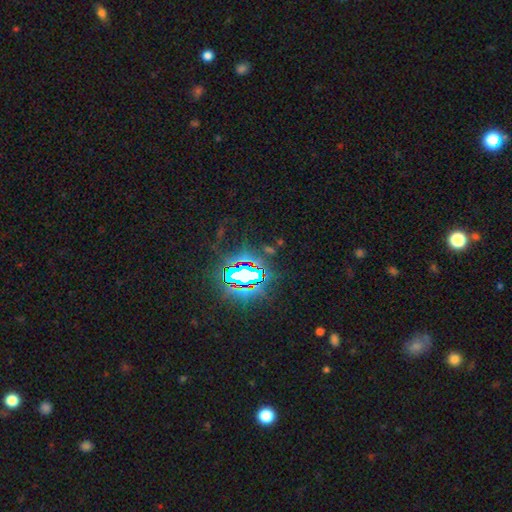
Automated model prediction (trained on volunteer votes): Smooth or featured?
  - star or artifact: 84% *
  - smooth: 10%
  - featured or disk: 7%